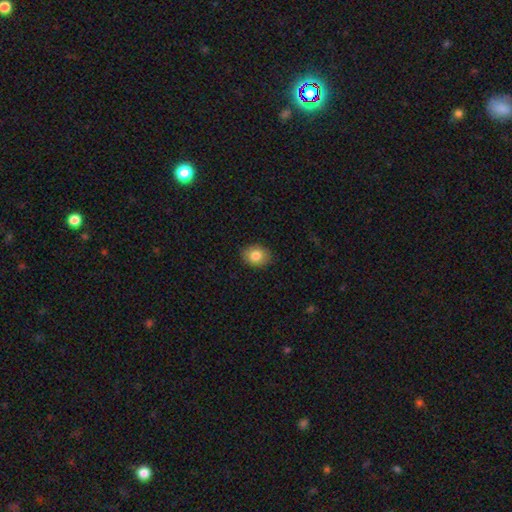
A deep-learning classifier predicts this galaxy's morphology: A smooth galaxy with no disk features (83%) that is in between round and cigar-shaped (63%). Merging: none (87%).